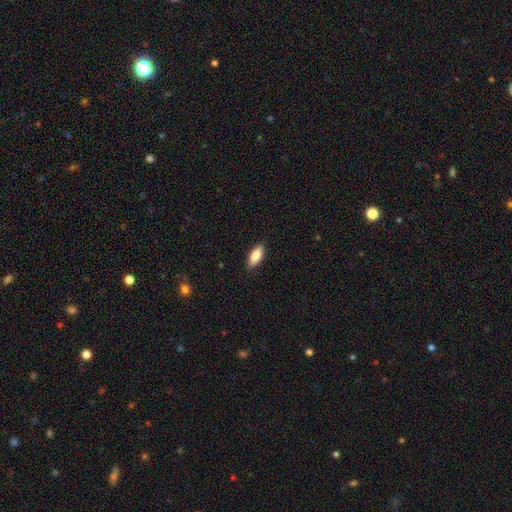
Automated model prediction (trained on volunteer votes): The model was most divided on "how rounded": in between: 82%, cigar-shaped: 16%, round: 2%. More confident: merging — none (87%); smooth or featured — smooth (86%).